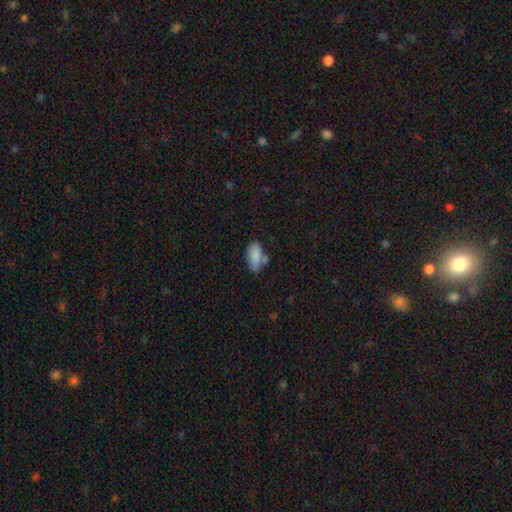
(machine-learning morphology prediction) Overall: smooth (84%). How rounded: in between (91%). Merging: none (55%; minor disturbance 21%).